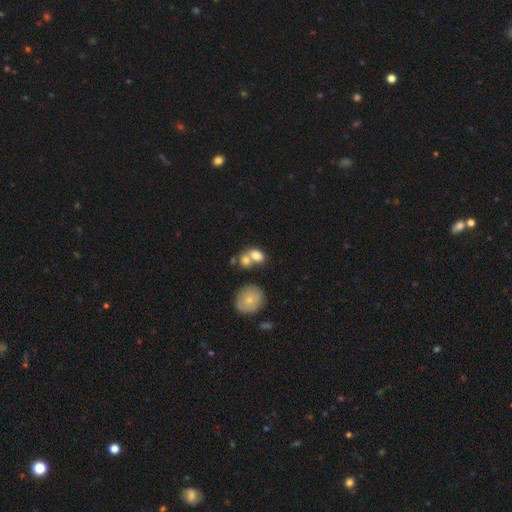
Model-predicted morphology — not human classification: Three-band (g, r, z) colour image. It shows a smooth galaxy with no disk features (77%) that is in between round and cigar-shaped (66%). Merging: merger (56%).